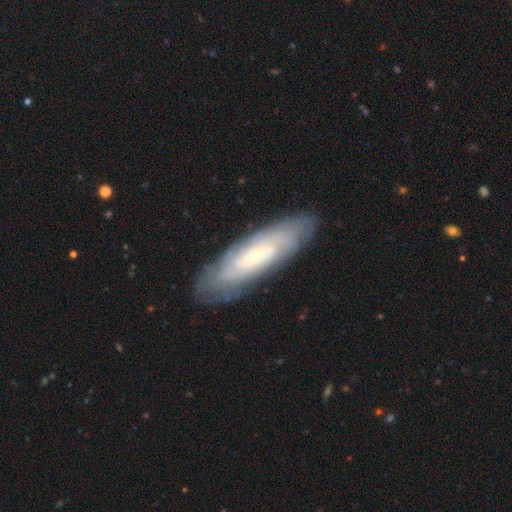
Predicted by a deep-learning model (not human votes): This appears to be a featured or disk galaxy (65%). Merging: none (82%).